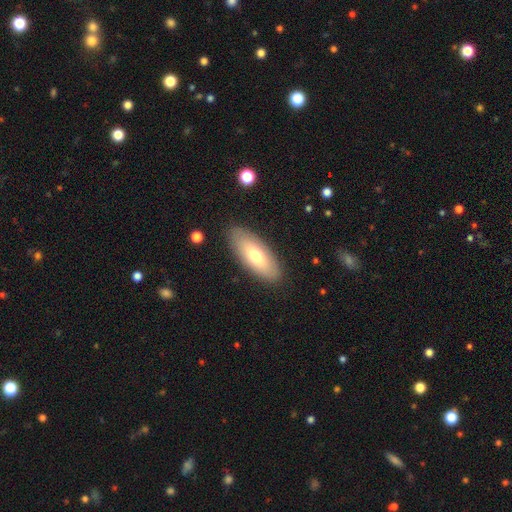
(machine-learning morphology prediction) Smooth or featured? smooth (66%)
How rounded? in between (79%)
Merging? none (88%)